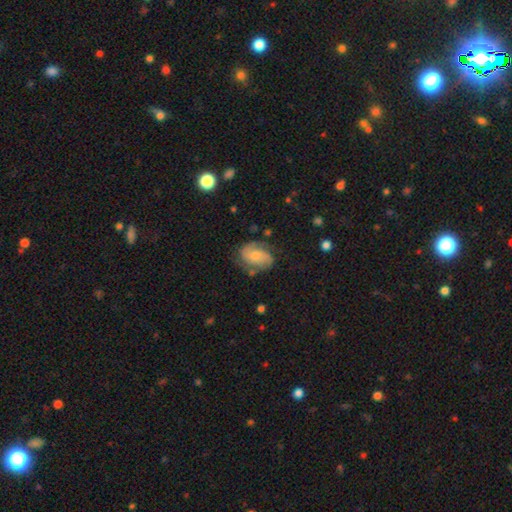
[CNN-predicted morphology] type=featured or disk (66%); edge-on=no (97%); bar=no (60%); spiral arms=yes (91%); winding=medium (46%); arm count=2 (80%); bulge=small (44%); merging=none (65%).